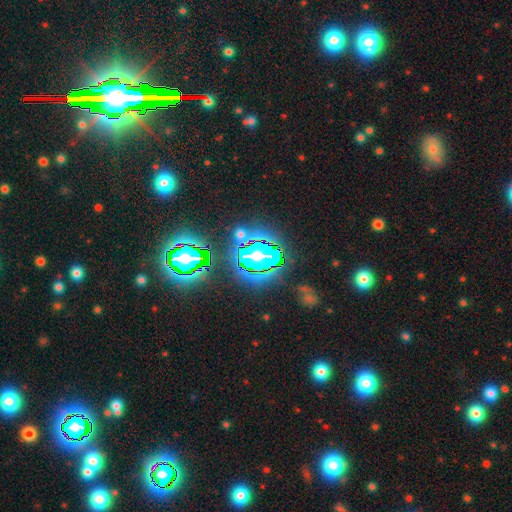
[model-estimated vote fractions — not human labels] This appears to be a star or artifact, not a galaxy (66%).